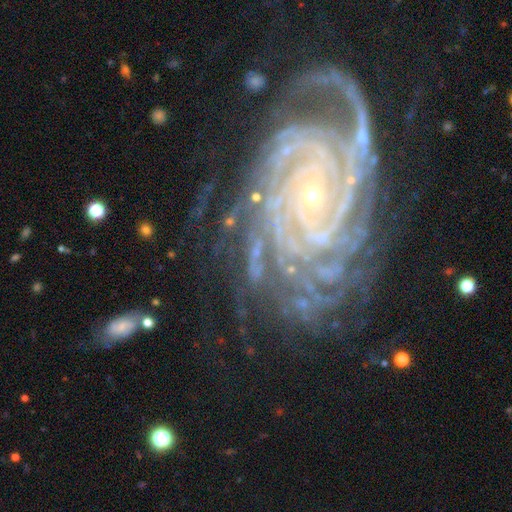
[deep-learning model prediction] Overall: featured or disk (87%). Edge-on disk: no (97%). Bar: no (67%). Spiral arms: yes (98%). Spiral arm count: more than 4 (32%; can't tell 18%). Spiral winding: tight (82%). Bulge size: small (78%). Merging: none (74%).